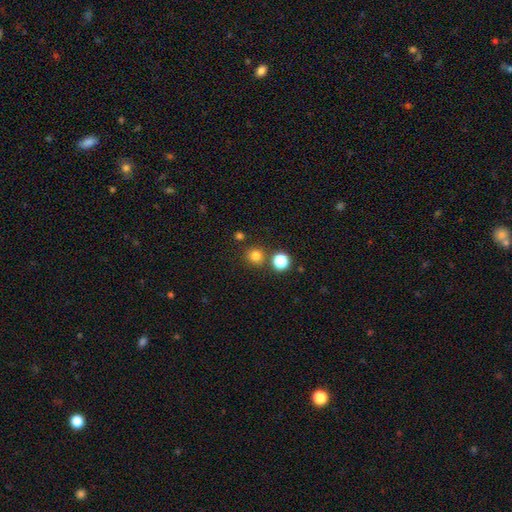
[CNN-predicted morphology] A smooth galaxy with no disk features (78%) that is round (92%). Merging: none (81%).